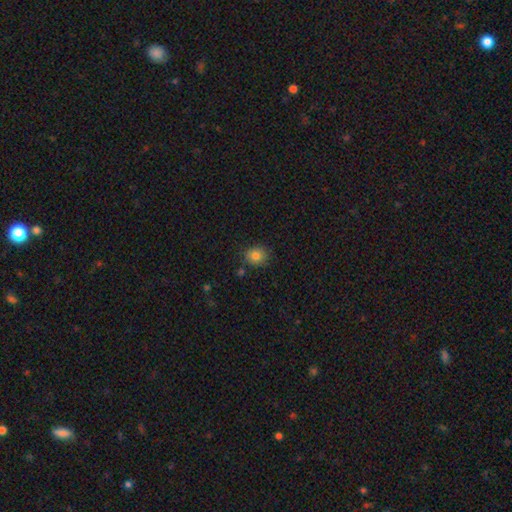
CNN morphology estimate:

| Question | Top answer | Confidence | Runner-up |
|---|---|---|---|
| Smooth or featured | smooth | 83% | star or artifact (11%) |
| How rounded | round | 69% | in between (30%) |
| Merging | none | 82% | minor disturbance (12%) |